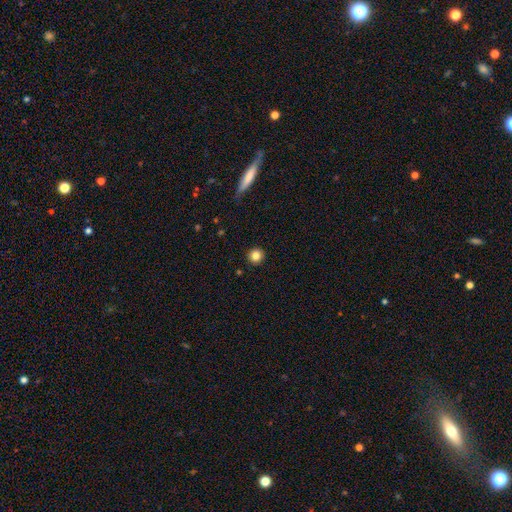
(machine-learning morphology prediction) Smooth or featured? smooth (84%)
How rounded? round (95%)
Merging? none (92%)